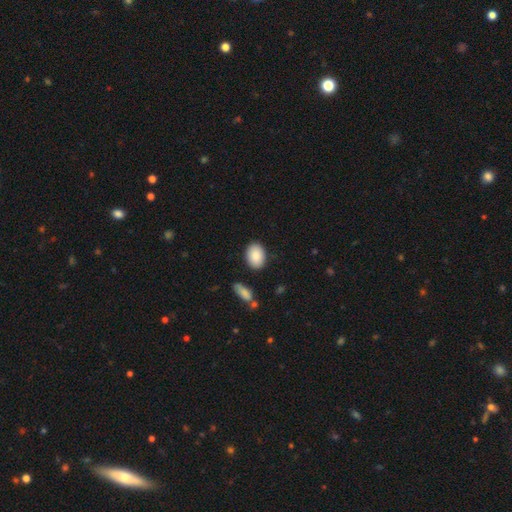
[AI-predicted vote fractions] Smooth or featured? smooth (88%)
How rounded? in between (82%)
Merging? none (85%)